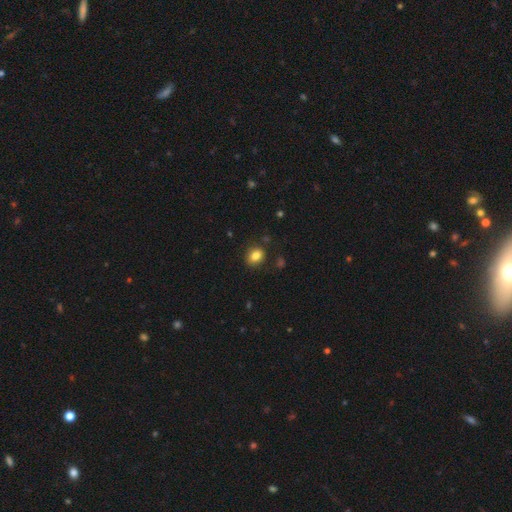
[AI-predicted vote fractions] smooth_or_featured: smooth (p=0.83) [alt: star or artifact p=0.10]
how_rounded: in between (p=0.52) [alt: round p=0.47]
merging: none (p=0.84) [alt: minor disturbance p=0.11]